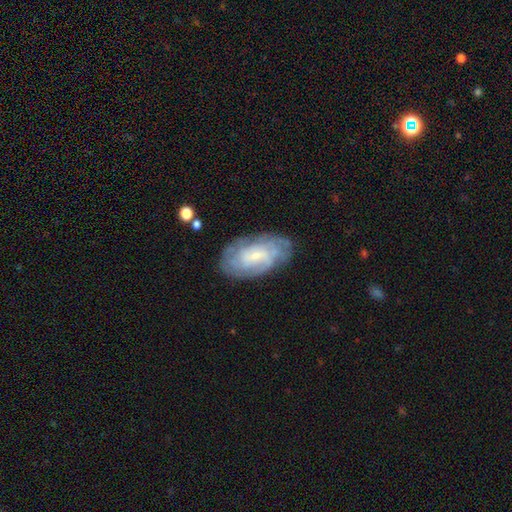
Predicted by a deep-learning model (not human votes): This appears to be a featured or disk galaxy (70%) with no bar (54%), tight (65%) spiral arms (88%) and a small central bulge (71%). Merging: none (74%).